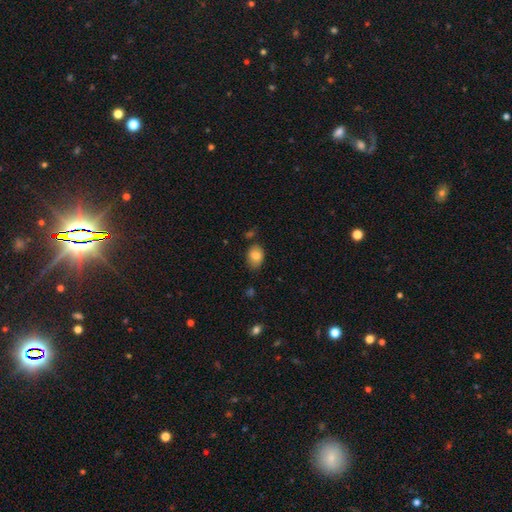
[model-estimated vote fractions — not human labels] smooth_or_featured: smooth (p=0.84) [alt: featured or disk p=0.08]
how_rounded: in between (p=0.73) [alt: round p=0.26]
merging: none (p=0.75) [alt: minor disturbance p=0.19]